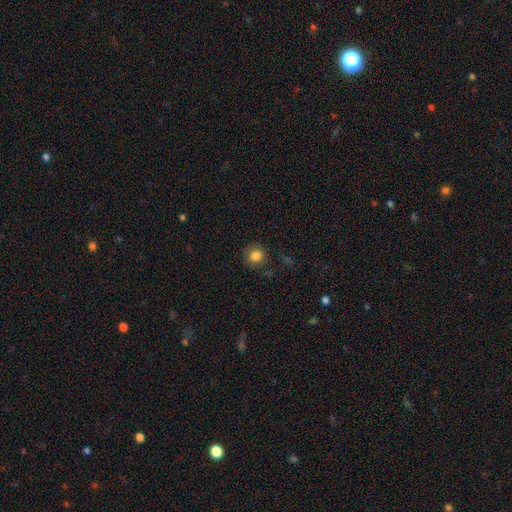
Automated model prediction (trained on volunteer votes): Smooth or featured? Predicted: smooth (p=0.83). How rounded? Predicted: round (p=0.87). Merging? Predicted: none (p=0.81).